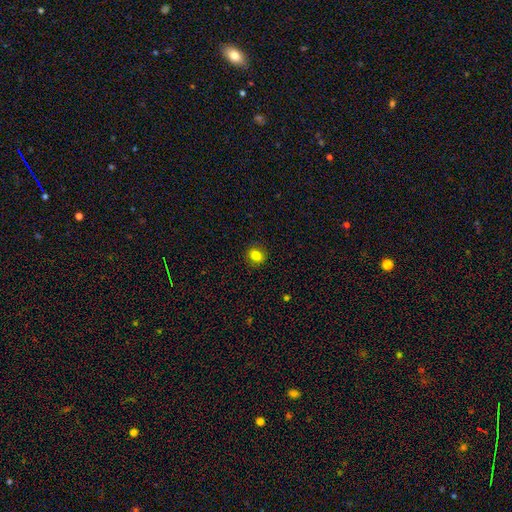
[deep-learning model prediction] The model was most divided on "how rounded": round: 63%, in between: 36%, cigar-shaped: 1%. More confident: merging — none (88%); smooth or featured — smooth (83%).